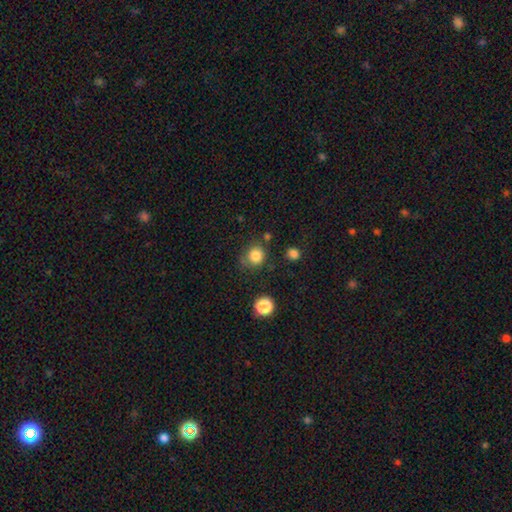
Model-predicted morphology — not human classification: Q: Smooth or featured?
A: smooth (83%); runner-up: star or artifact (12%)
Q: How rounded?
A: round (83%); runner-up: in between (16%)
Q: Merging?
A: none (70%); runner-up: minor disturbance (19%)